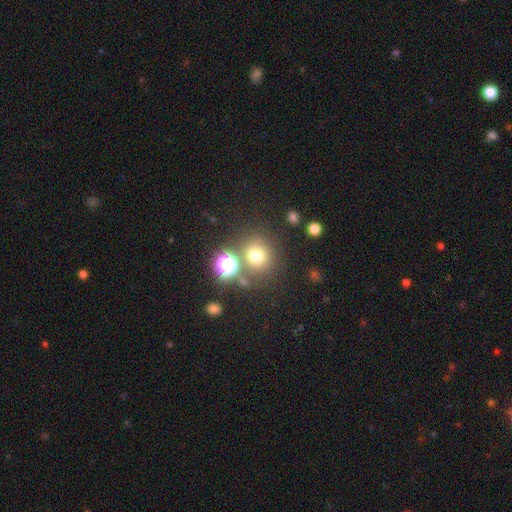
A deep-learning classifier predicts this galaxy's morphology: The model was most divided on "smooth or featured": smooth: 70%, star or artifact: 22%, featured or disk: 9%. More confident: how rounded — round (89%); merging — none (74%).